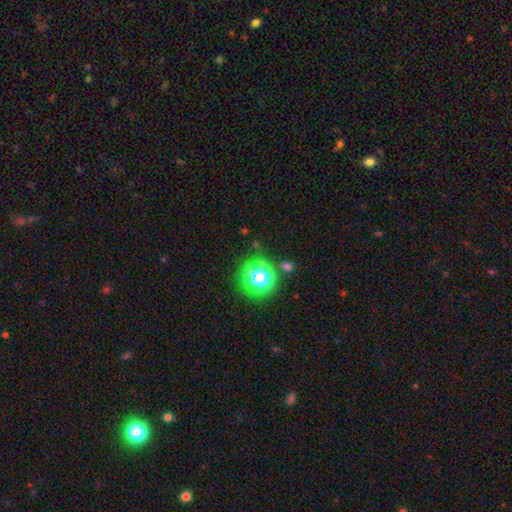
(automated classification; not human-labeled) This is likely a star or artifact rather than a galaxy (66%).